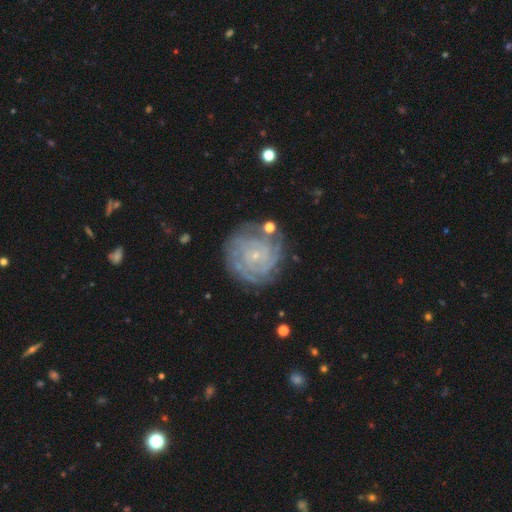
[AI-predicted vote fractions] This is clearly a featured or disk galaxy (84%). It is clearly not viewed edge-on (98%). Bar: likely no (80%). Spiral arm pattern: clearly yes (96%). Spiral arm count: marginally can't tell (30%). Spiral winding: clearly tight (82%). Central bulge: clearly small (87%). Merging: likely none (74%).